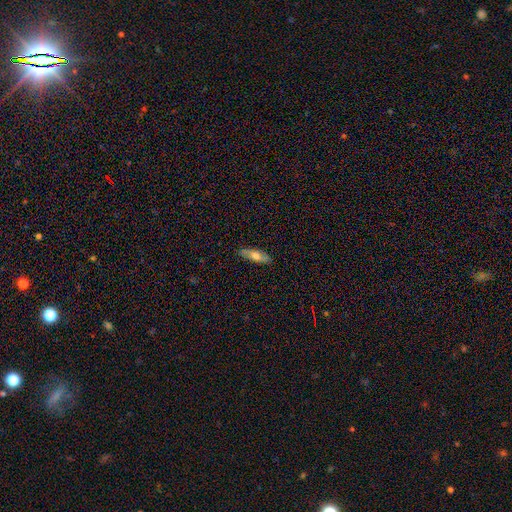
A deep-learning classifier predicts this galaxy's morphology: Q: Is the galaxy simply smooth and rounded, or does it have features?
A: smooth — 60%.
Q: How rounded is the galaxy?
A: in between — 55%.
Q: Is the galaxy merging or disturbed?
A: none — 85%.